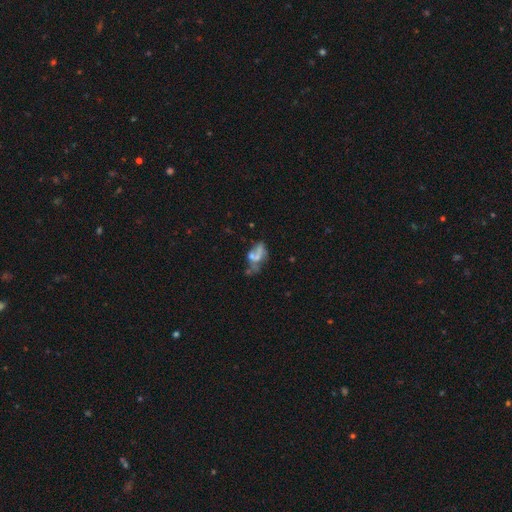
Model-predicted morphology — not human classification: A featured or disk galaxy (47%). Merging: merger (35%).